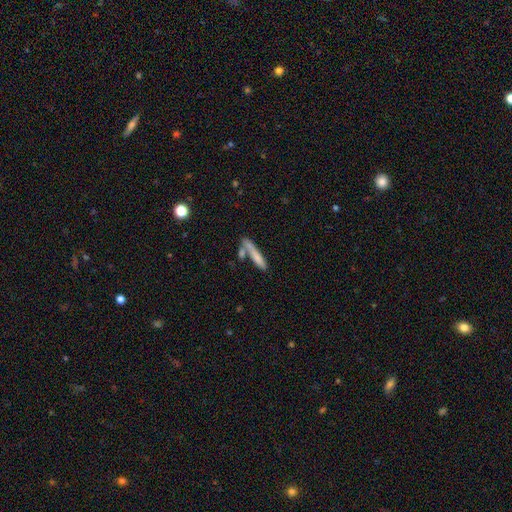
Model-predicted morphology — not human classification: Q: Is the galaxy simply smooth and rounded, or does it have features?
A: smooth — 71%.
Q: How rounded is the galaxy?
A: cigar-shaped — 88%.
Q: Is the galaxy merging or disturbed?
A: none — 56%.